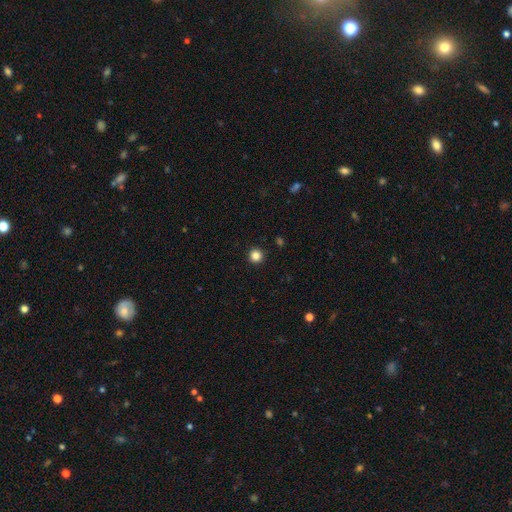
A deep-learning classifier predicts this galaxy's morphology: Q: Smooth or featured?
A: smooth (85%); runner-up: star or artifact (11%)
Q: How rounded?
A: round (96%); runner-up: in between (3%)
Q: Merging?
A: none (94%); runner-up: minor disturbance (4%)